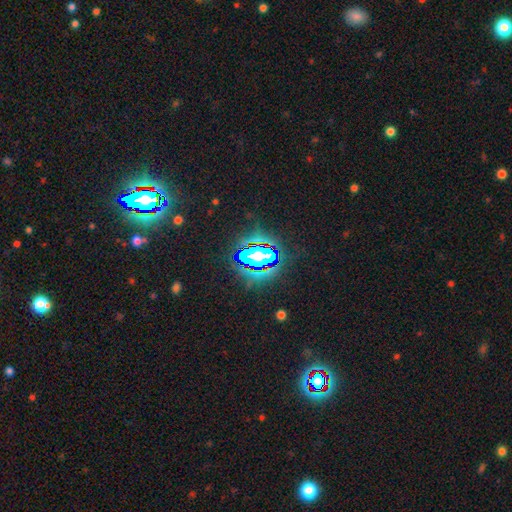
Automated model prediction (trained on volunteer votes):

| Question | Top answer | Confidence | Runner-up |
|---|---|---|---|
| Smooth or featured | star or artifact | 82% | smooth (10%) |